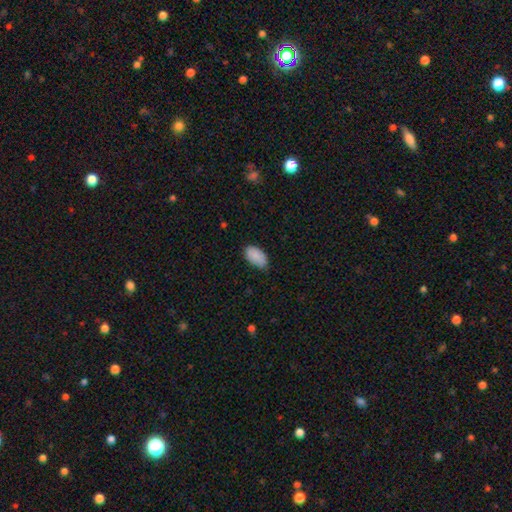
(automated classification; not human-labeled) smooth_or_featured: smooth (p=0.88) [alt: star or artifact p=0.06]
how_rounded: in between (p=0.95) [alt: round p=0.04]
merging: none (p=0.73) [alt: minor disturbance p=0.23]